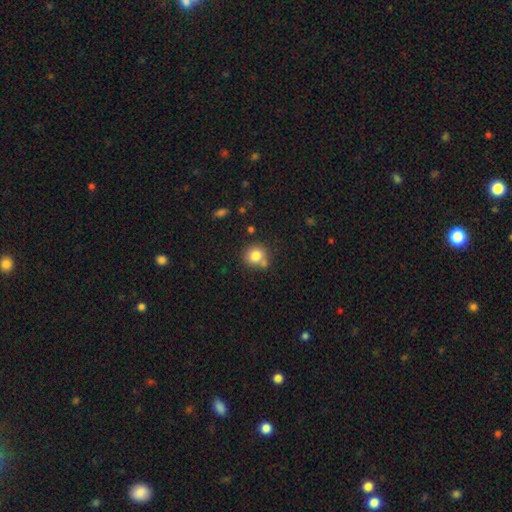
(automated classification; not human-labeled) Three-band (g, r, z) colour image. It shows a smooth galaxy with no disk features (81%) that is round (88%). Merging: none (67%).